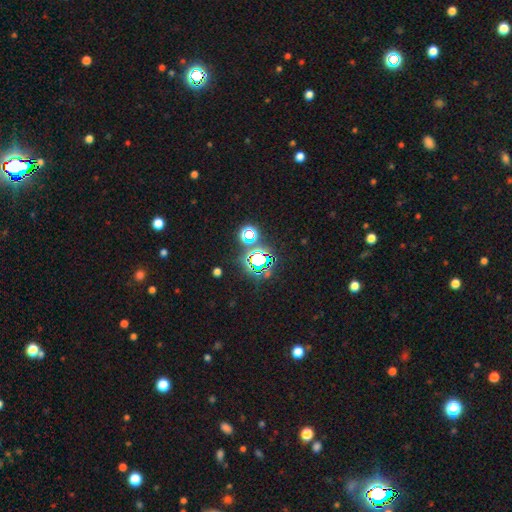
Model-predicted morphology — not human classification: A star or artifact, not a galaxy (73%).

Vote fractions:
- Smooth or featured? star or artifact: 73% / smooth: 18% / featured or disk: 9%